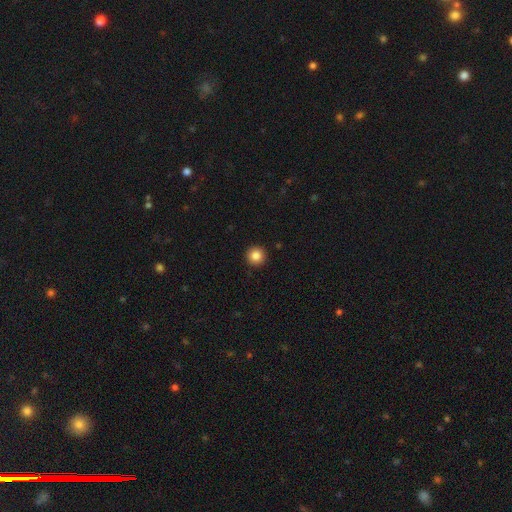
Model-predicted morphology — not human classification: smooth_or_featured: smooth (p=0.85) [alt: star or artifact p=0.10]
how_rounded: round (p=0.96) [alt: in between p=0.03]
merging: none (p=0.93) [alt: minor disturbance p=0.04]